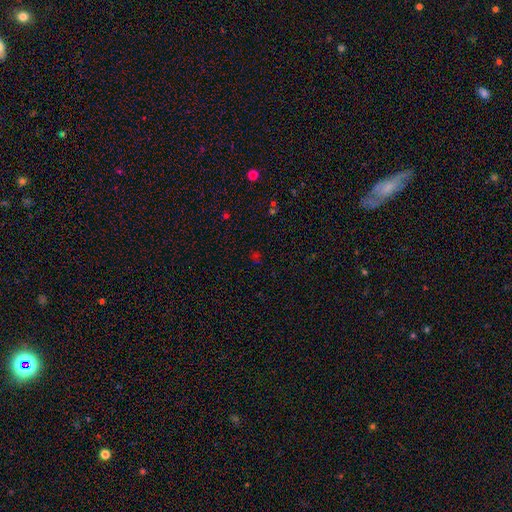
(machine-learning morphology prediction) Smooth or featured: star or artifact — 52% (smooth — 41%)